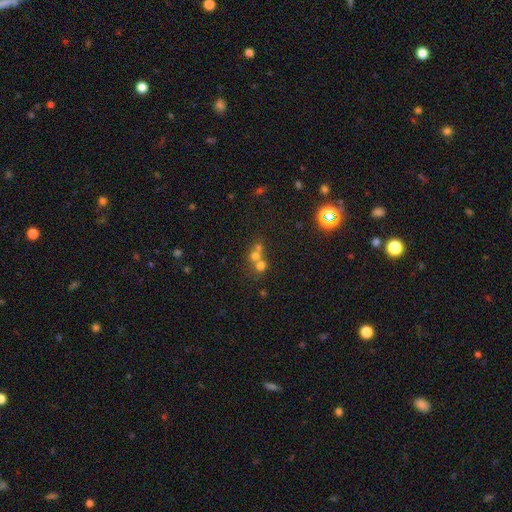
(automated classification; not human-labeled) A smooth galaxy with no disk features (61%) that is round (84%). Merging: merger (54%).